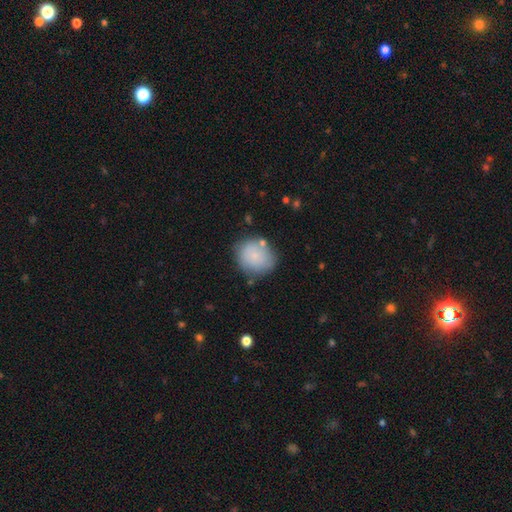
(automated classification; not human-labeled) Smooth or featured? smooth (79%)
How rounded? round (74%)
Merging? none (72%)